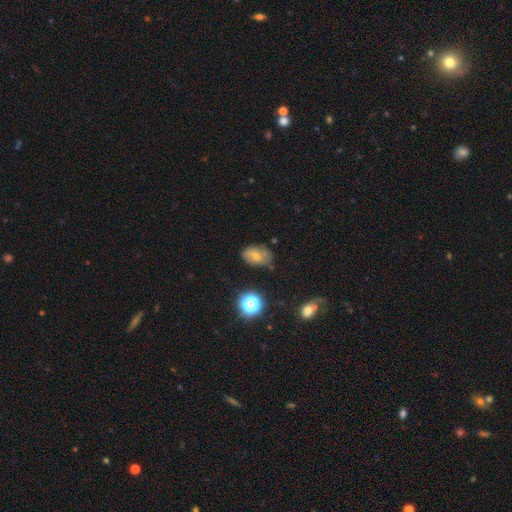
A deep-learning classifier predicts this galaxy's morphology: type=smooth (63%); roundness=in between (81%); merging=none (61%).